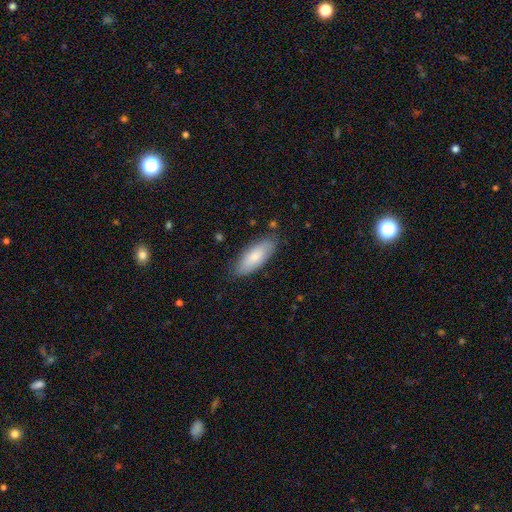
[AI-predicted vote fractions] Q: Smooth or featured?
A: smooth (75%); runner-up: featured or disk (19%)
Q: How rounded?
A: in between (77%); runner-up: cigar-shaped (22%)
Q: Merging?
A: none (81%); runner-up: minor disturbance (15%)